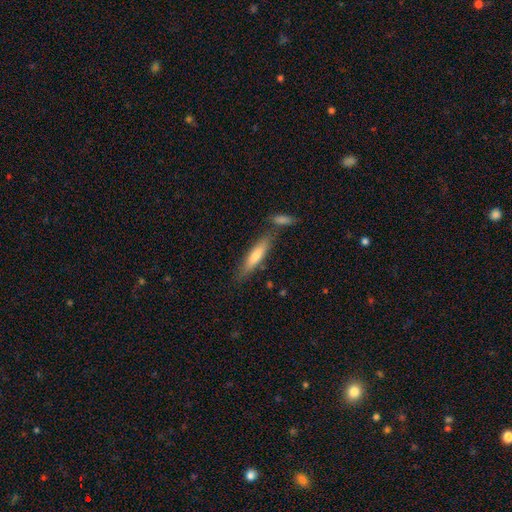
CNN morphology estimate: smooth 62%, featured or disk 32%, star or artifact 7%. Down the decision tree: how rounded — cigar-shaped (81%); merging — none (71%).